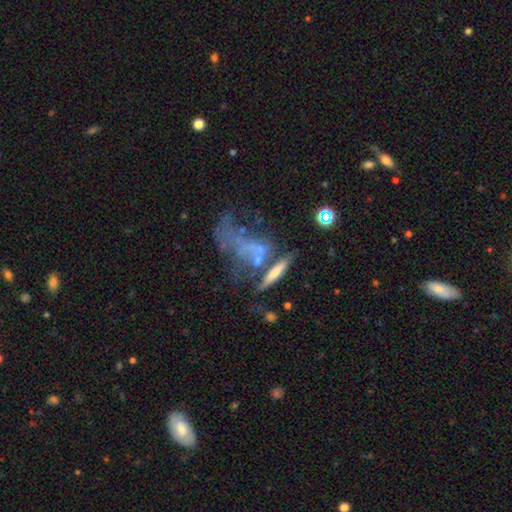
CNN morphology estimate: Smooth or featured: featured or disk — 47% (star or artifact — 31%)
Merging: major disturbance — 36% (merger — 26%)